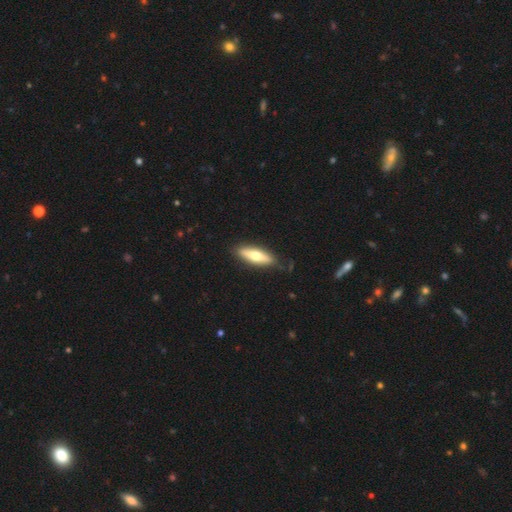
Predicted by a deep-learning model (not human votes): Morphology: type=smooth (59%); roundness=cigar-shaped (53%); merging=none (83%).